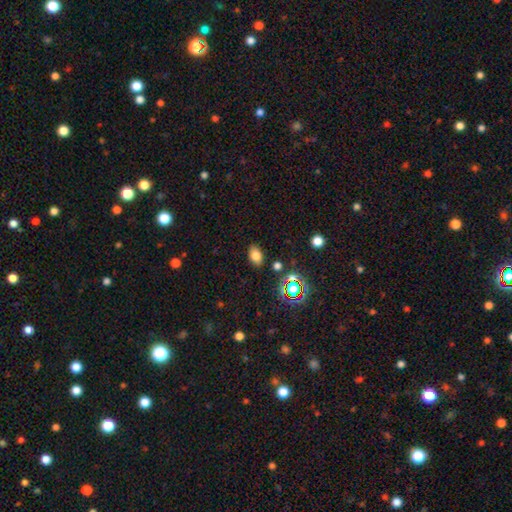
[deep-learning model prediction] smooth 74%, star or artifact 16%, featured or disk 9%. Down the decision tree: how rounded — in between (85%); merging — none (85%).